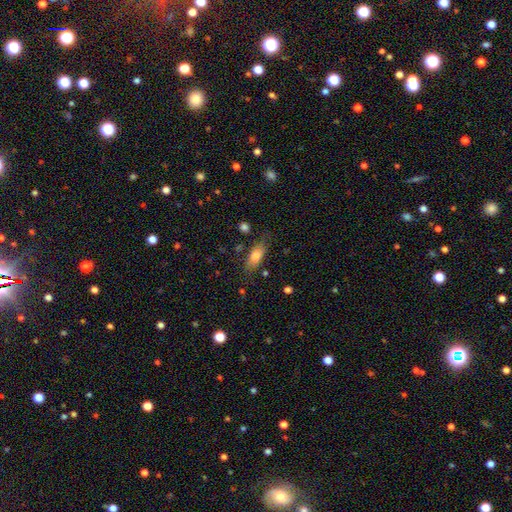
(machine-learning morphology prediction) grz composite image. It shows a smooth galaxy with no disk features (77%) that is in between round and cigar-shaped (76%). Merging: none (71%).